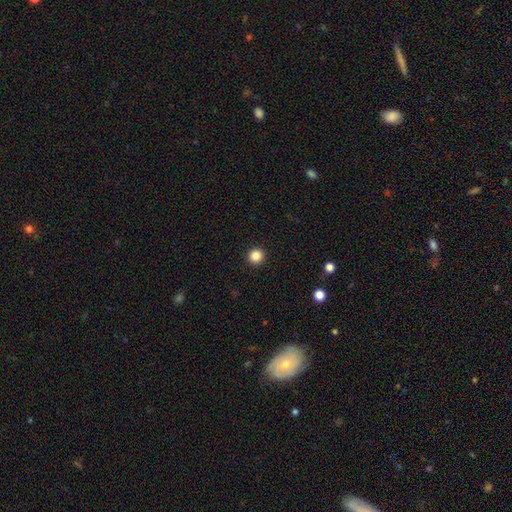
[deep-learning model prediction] Smooth or featured?
  - smooth: 86% *
  - star or artifact: 11%
  - featured or disk: 3%
How rounded?
  - round: 95% *
  - in between: 4%
  - cigar-shaped: 1%
Merging?
  - none: 94% *
  - minor disturbance: 4%
  - major disturbance: 1%
  - merger: 1%